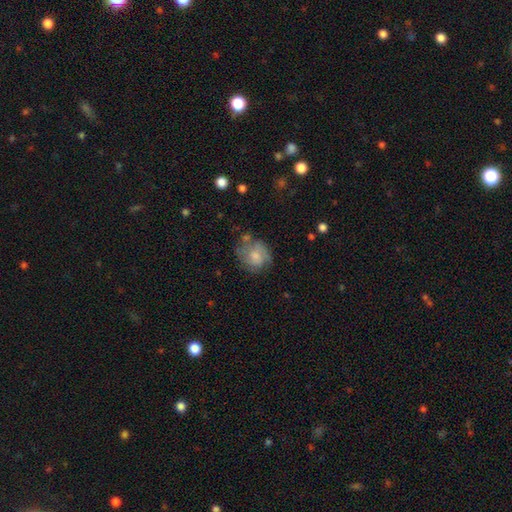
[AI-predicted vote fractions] smooth 57%, featured or disk 35%, star or artifact 8%. Down the decision tree: how rounded — round (65%); merging — none (51%).